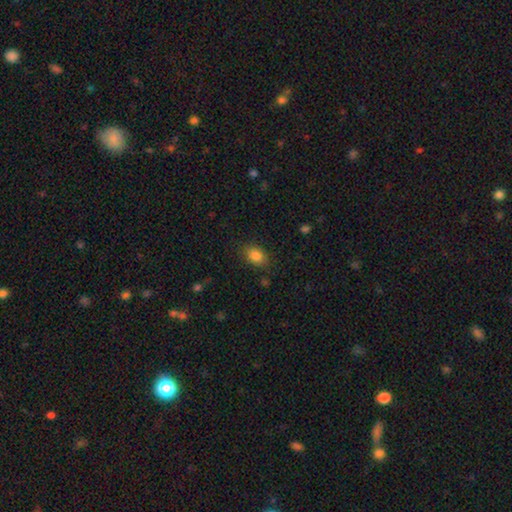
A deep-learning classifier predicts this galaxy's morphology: A smooth galaxy with no disk features (85%) that is in between round and cigar-shaped (78%).

Vote fractions:
- Smooth or featured? smooth: 85% / star or artifact: 9% / featured or disk: 6%
- How rounded? in between: 78% / round: 21% / cigar-shaped: 1%
- Merging? none: 84% / minor disturbance: 12% / major disturbance: 3% / merger: 1%